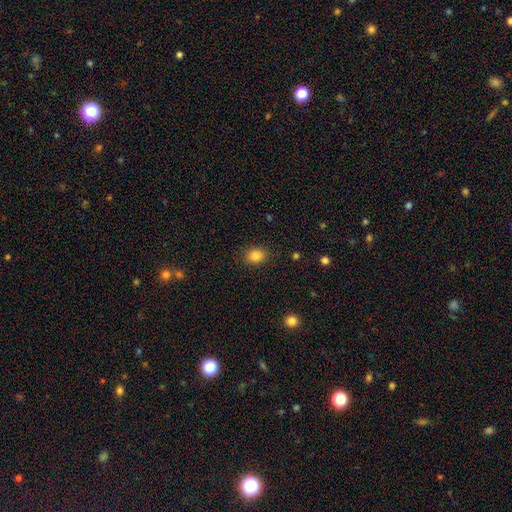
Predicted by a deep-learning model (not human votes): Smooth or featured? Predicted: smooth (p=0.85). How rounded? Predicted: in between (p=0.50). Merging? Predicted: none (p=0.87).